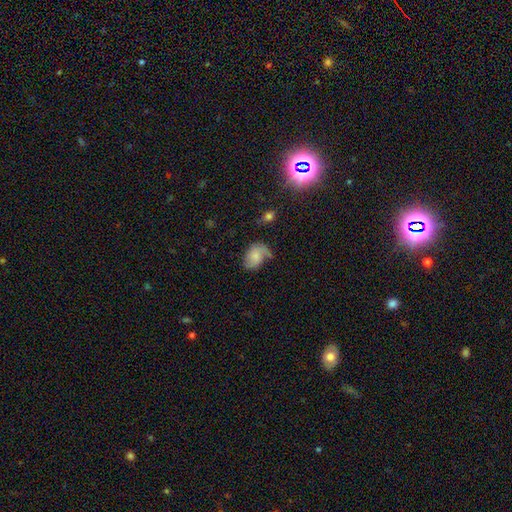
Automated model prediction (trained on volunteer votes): Morphology: type=smooth (54%); roundness=in between (78%); merging=none (43%).